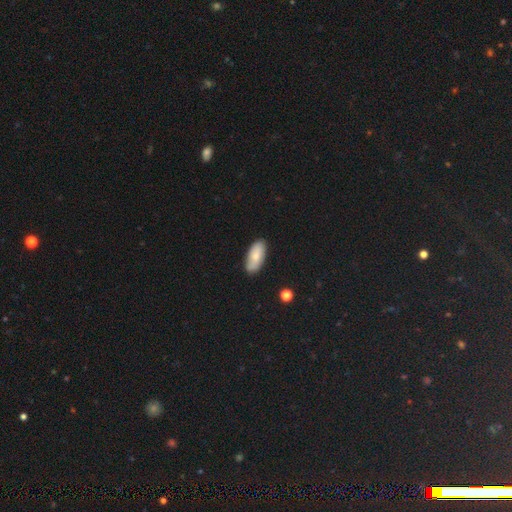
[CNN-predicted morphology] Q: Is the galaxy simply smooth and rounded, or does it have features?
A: smooth — 72%.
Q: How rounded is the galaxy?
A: in between — 90%.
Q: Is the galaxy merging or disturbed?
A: none — 84%.